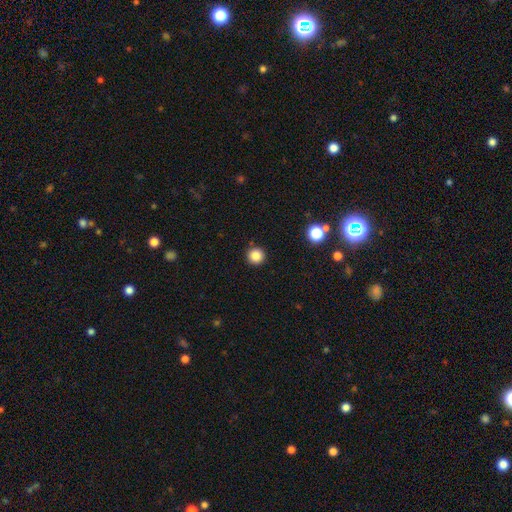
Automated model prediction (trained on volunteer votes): smooth_or_featured: smooth (p=0.85) [alt: star or artifact p=0.11]
how_rounded: round (p=0.95) [alt: in between p=0.04]
merging: none (p=0.91) [alt: minor disturbance p=0.05]